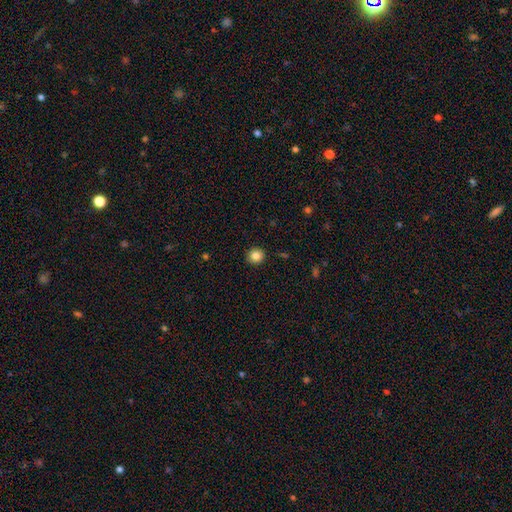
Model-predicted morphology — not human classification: Smooth or featured? smooth (84%)
How rounded? round (90%)
Merging? none (92%)